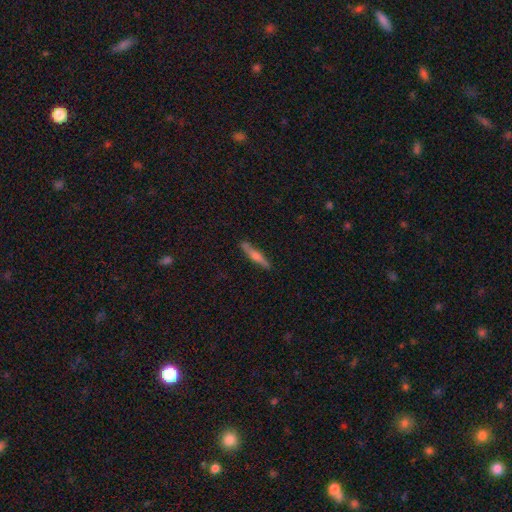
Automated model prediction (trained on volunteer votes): The model was most divided on "smooth or featured": smooth: 53%, featured or disk: 41%, star or artifact: 7%. More confident: how rounded — cigar-shaped (92%); merging — none (86%).